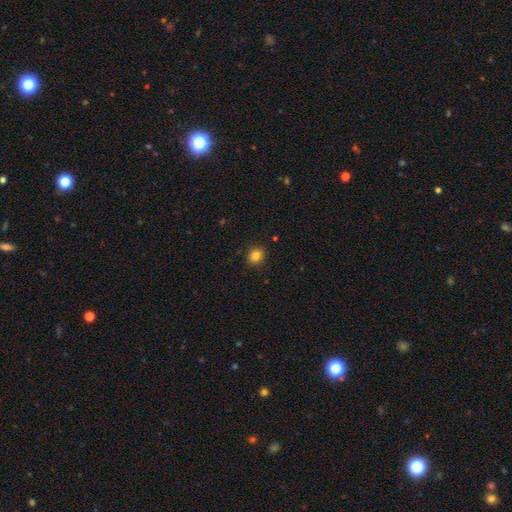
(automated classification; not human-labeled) A smooth galaxy with no disk features (83%) that is round (63%).

Vote fractions:
- Smooth or featured? smooth: 83% / star or artifact: 12% / featured or disk: 5%
- How rounded? round: 63% / in between: 36% / cigar-shaped: 1%
- Merging? none: 88% / minor disturbance: 9% / major disturbance: 2% / merger: 1%